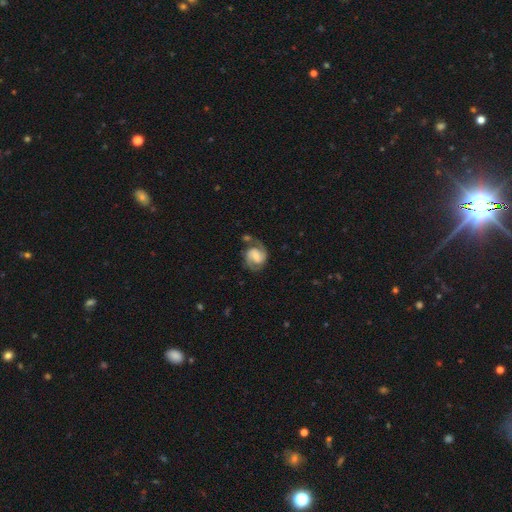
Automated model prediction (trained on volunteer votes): smooth-or-featured: featured or disk: 86% | smooth: 9% | star or artifact: 5%
  disk-edge-on: no: 98% | yes: 2%
    bar: weak: 46% | no: 38% | strong: 15%
    has-spiral-arms: yes: 97% | no: 3%
      spiral-winding: medium: 51% | tight: 37% | loose: 12%
      spiral-arm-count: 2: 90% | can't tell: 3% | 1: 2% | 3: 2% | 4: 1% | more than 4: 1%
    bulge-size: small: 43% | moderate: 40% | none: 10% | large: 6% | dominant: 1%
  merging: none: 68% | minor disturbance: 17% | merger: 8% | major disturbance: 8%